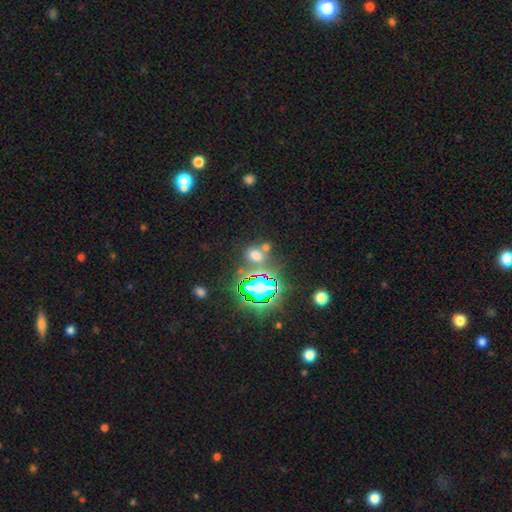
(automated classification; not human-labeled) smooth_or_featured: smooth (p=0.46) [alt: star or artifact p=0.45]
merging: none (p=0.64) [alt: merger p=0.20]